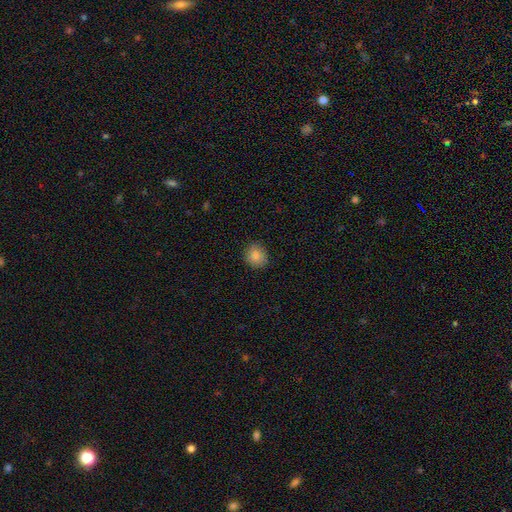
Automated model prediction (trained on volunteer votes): smooth-or-featured: smooth: 85% | star or artifact: 10% | featured or disk: 6%
  how-rounded: round: 82% | in between: 17% | cigar-shaped: 1%
  merging: none: 87% | minor disturbance: 10% | major disturbance: 2% | merger: 1%